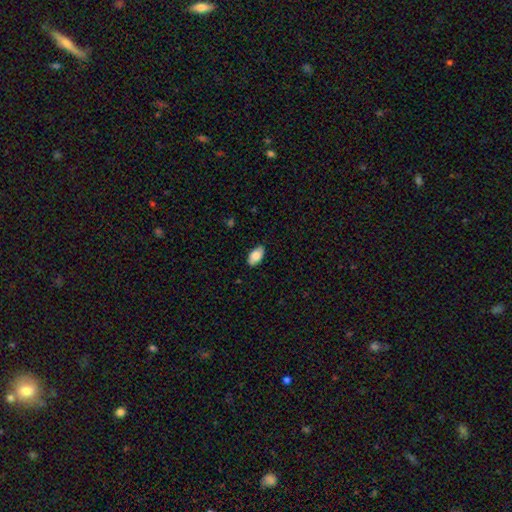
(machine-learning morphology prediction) The model was most divided on "merging": none: 83%, minor disturbance: 14%, major disturbance: 2%, merger: 1%. More confident: how rounded — in between (94%); smooth or featured — smooth (82%).